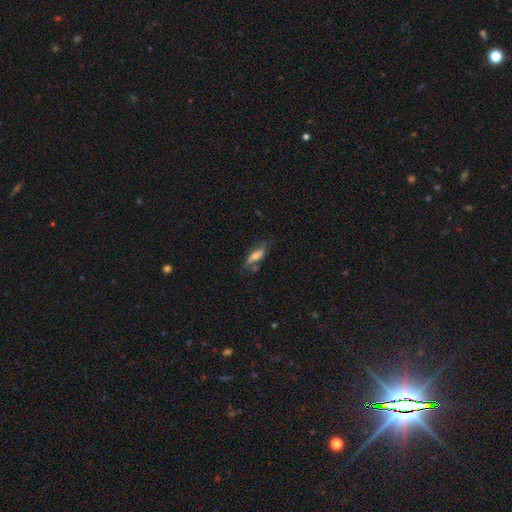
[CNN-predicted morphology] smooth 69%, featured or disk 24%, star or artifact 8%. Down the decision tree: how rounded — in between (51%); merging — none (55%).